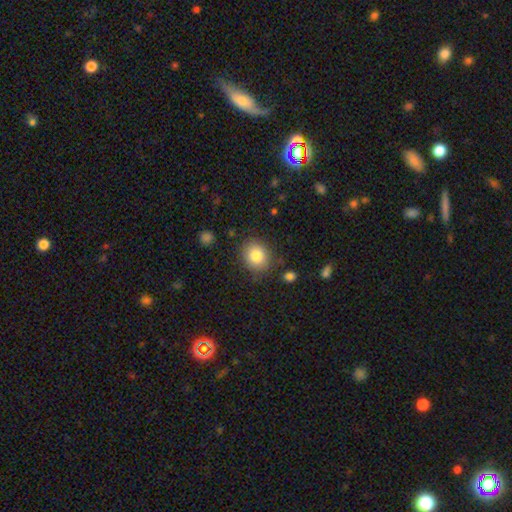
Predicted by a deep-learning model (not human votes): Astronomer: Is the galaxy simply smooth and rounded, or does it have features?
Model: smooth — 83%.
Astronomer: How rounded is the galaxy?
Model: round — 71%.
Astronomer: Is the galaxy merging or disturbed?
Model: none — 85%.